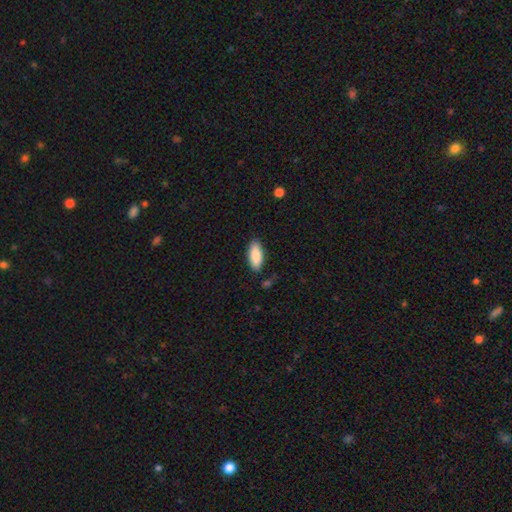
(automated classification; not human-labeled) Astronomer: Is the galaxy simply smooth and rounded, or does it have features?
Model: smooth — 86%.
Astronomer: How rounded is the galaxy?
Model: in between — 83%.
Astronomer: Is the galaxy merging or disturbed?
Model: none — 85%.